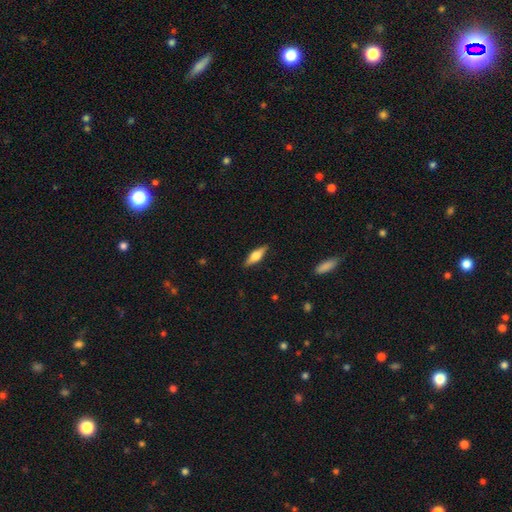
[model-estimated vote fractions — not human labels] smooth_or_featured: featured or disk (p=0.48) [alt: smooth p=0.46]
merging: none (p=0.89) [alt: minor disturbance p=0.08]